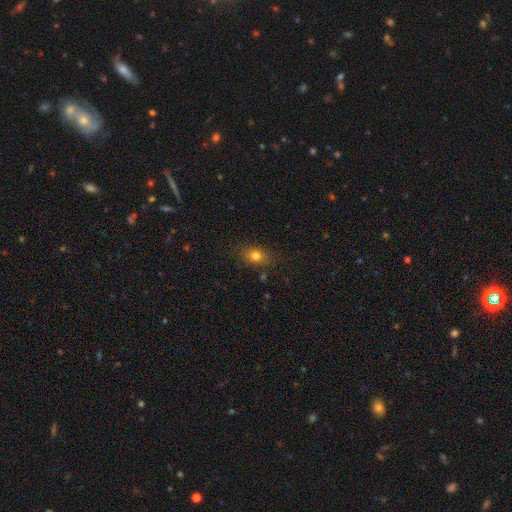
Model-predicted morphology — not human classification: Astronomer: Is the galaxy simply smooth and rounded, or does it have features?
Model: smooth — 77%.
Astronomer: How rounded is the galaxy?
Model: in between — 61% (runner-up: round, 37%).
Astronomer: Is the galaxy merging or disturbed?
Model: none — 82%.